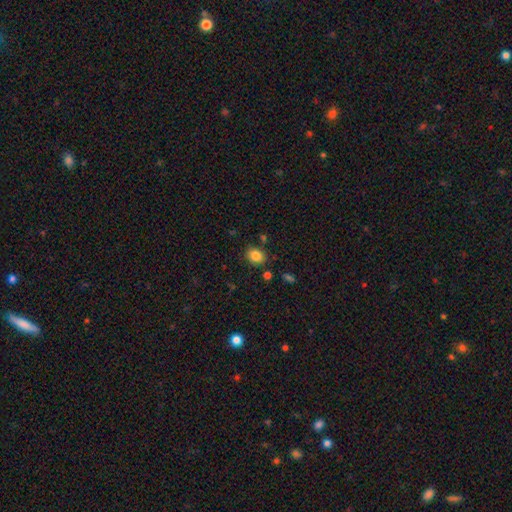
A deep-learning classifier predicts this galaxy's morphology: Smooth or featured?
  - smooth: 85% *
  - star or artifact: 10%
  - featured or disk: 5%
How rounded?
  - in between: 53% *
  - round: 46%
  - cigar-shaped: 1%
Merging?
  - none: 81% *
  - minor disturbance: 11%
  - merger: 4%
  - major disturbance: 3%